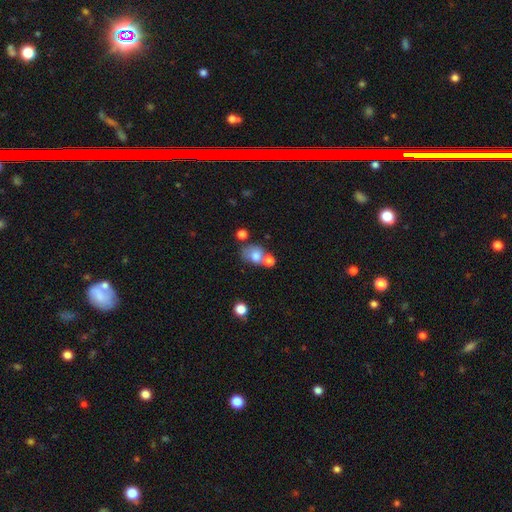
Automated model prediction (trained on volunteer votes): This appears to be a smooth galaxy with no disk features (72%) that is in between round and cigar-shaped (55%). Merging: none (37%).